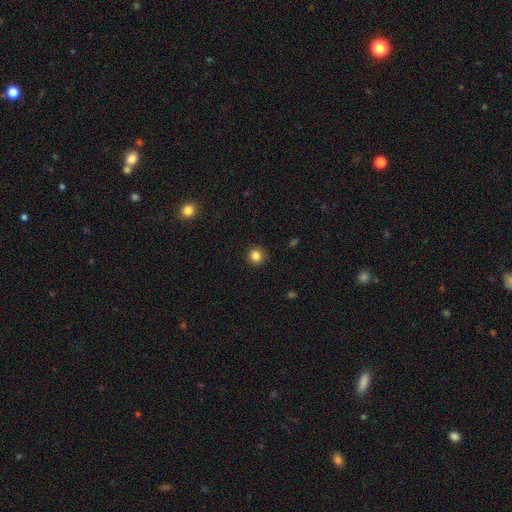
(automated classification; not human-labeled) Overall: smooth (84%). How rounded: round (92%). Merging: none (92%).